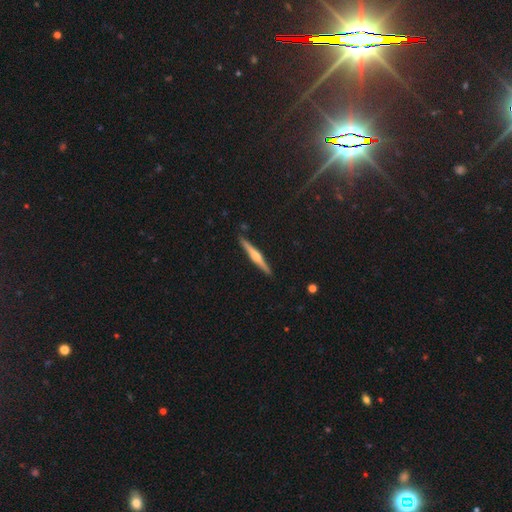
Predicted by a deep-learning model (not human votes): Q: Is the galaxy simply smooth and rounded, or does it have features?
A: featured or disk — 67%.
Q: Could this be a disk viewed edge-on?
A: yes — 98%.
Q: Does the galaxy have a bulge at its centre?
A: rounded — 82%.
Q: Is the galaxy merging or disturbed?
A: none — 91%.